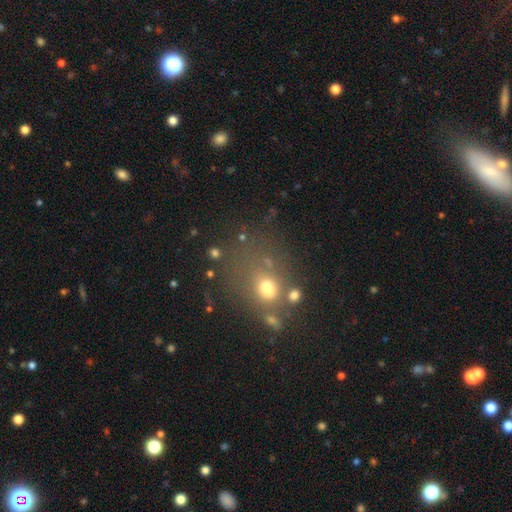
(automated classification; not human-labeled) Smooth or featured? smooth (49%)
Merging? none (61%)